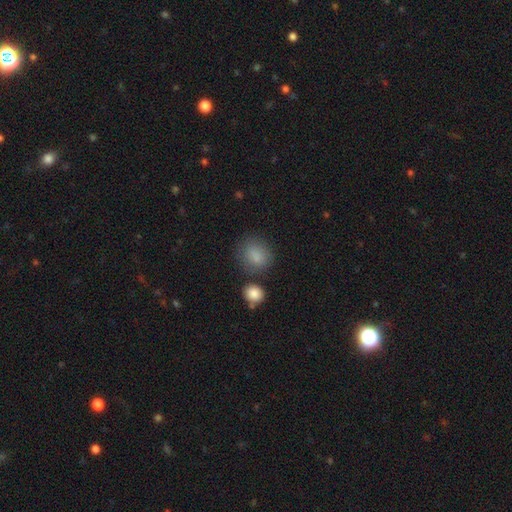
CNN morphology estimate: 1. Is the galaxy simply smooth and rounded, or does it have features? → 85% smooth, 9% star or artifact, 5% featured or disk.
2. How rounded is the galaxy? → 62% round, 37% in between, 1% cigar-shaped.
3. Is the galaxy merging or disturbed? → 69% none, 16% minor disturbance, 8% merger, 6% major disturbance.